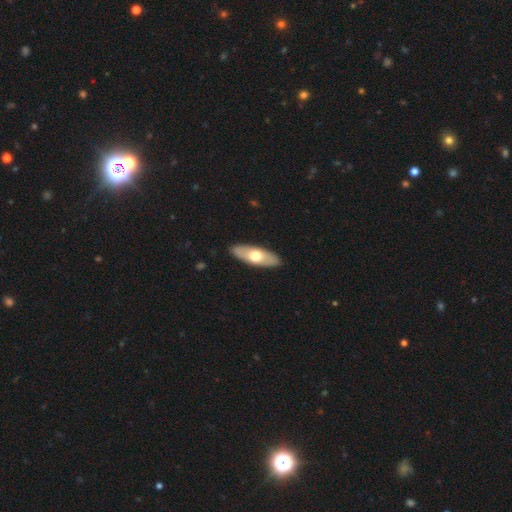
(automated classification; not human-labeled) smooth_or_featured: smooth (p=0.58) [alt: featured or disk p=0.37]
how_rounded: in between (p=0.65) [alt: cigar-shaped p=0.32]
merging: none (p=0.90) [alt: minor disturbance p=0.07]